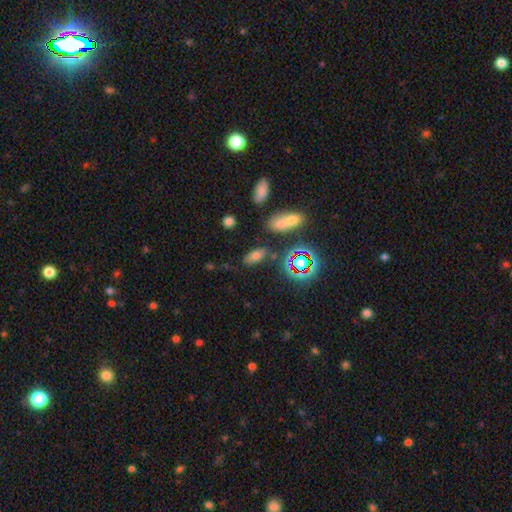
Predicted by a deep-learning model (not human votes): Smooth or featured: smooth — 65% (star or artifact — 22%)
How rounded: in between — 81% (cigar-shaped — 12%)
Merging: none — 76% (minor disturbance — 13%)